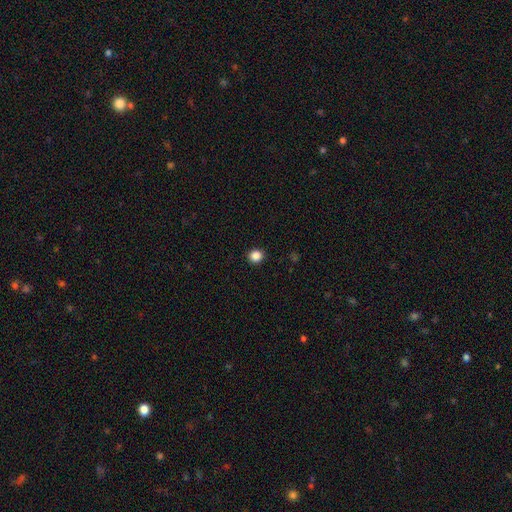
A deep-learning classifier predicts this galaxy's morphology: Smooth or featured?
  - smooth: 86% *
  - star or artifact: 11%
  - featured or disk: 3%
How rounded?
  - round: 89% *
  - in between: 10%
  - cigar-shaped: 1%
Merging?
  - none: 93% *
  - minor disturbance: 5%
  - major disturbance: 2%
  - merger: 1%